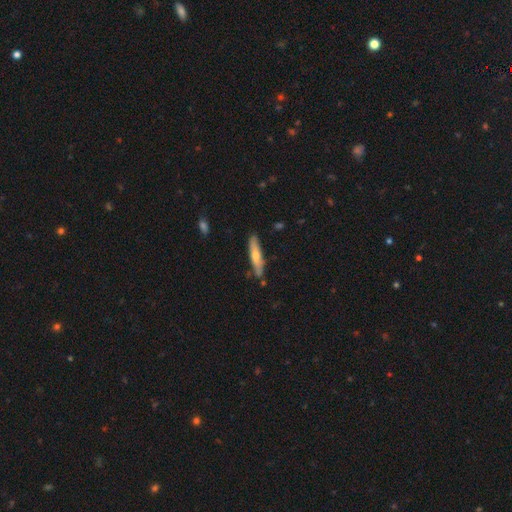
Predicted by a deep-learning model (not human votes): Overall: smooth (60%; featured or disk 34%). How rounded: cigar-shaped (84%). Merging: none (80%).